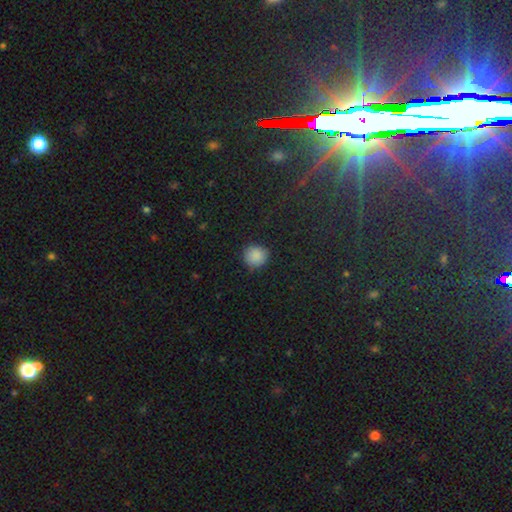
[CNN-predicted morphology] Smooth or featured? Predicted: smooth (p=0.86). How rounded? Predicted: round (p=0.91). Merging? Predicted: none (p=0.86).